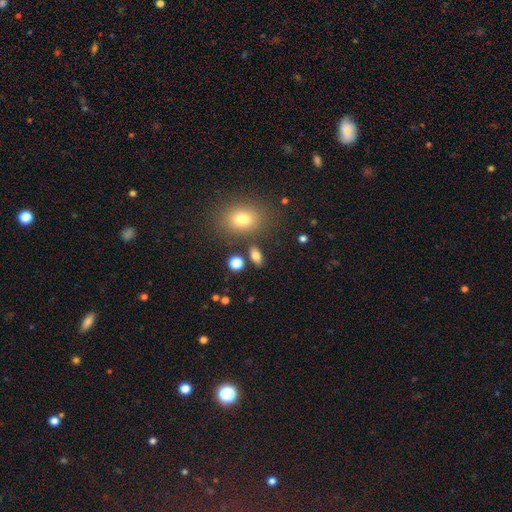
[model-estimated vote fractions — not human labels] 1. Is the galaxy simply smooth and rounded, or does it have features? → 79% smooth, 12% star or artifact, 9% featured or disk.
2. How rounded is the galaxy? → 81% in between, 14% round, 5% cigar-shaped.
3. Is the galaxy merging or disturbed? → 80% none, 10% minor disturbance, 6% merger, 4% major disturbance.